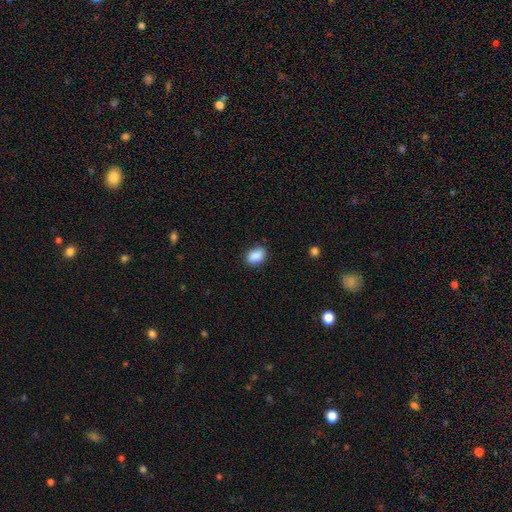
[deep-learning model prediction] A smooth galaxy with no disk features (89%) that is in between round and cigar-shaped (81%).

Vote fractions:
- Smooth or featured? smooth: 89% / star or artifact: 8% / featured or disk: 3%
- How rounded? in between: 81% / round: 18% / cigar-shaped: 1%
- Merging? none: 83% / minor disturbance: 13% / major disturbance: 3% / merger: 1%